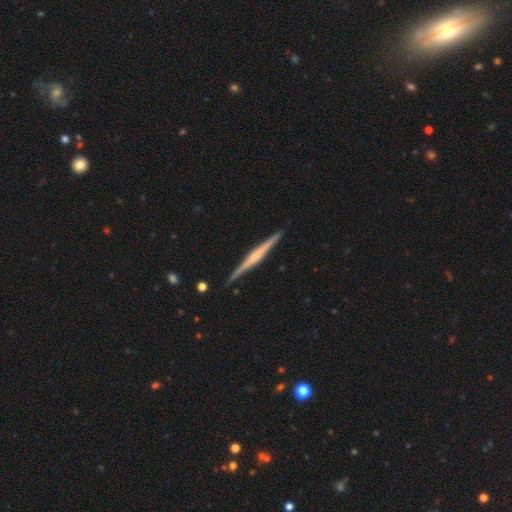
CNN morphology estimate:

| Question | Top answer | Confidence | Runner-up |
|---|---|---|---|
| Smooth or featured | featured or disk | 73% | smooth (22%) |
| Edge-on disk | yes | 98% | no (2%) |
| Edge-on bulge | rounded | 42% | none (33%) |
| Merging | none | 90% | minor disturbance (7%) |